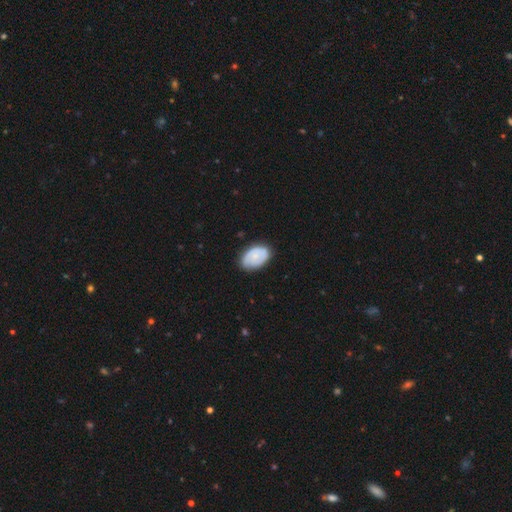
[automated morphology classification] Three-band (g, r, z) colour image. It shows a smooth galaxy with no disk features (59%) that is in between round and cigar-shaped (88%). Merging: none (75%).